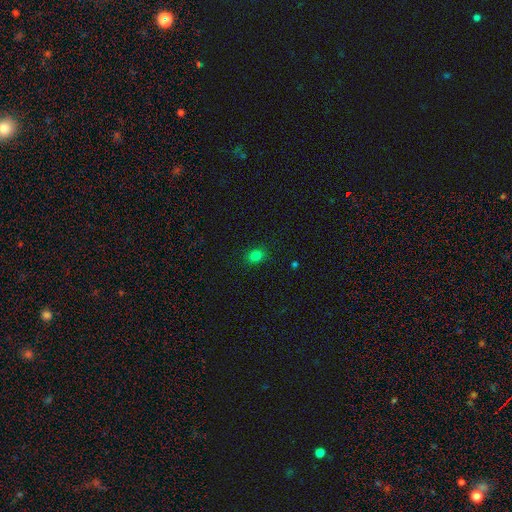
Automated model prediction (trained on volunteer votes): Q: Smooth or featured?
A: smooth (81%); runner-up: star or artifact (15%)
Q: How rounded?
A: in between (53%); runner-up: round (46%)
Q: Merging?
A: none (87%); runner-up: minor disturbance (9%)